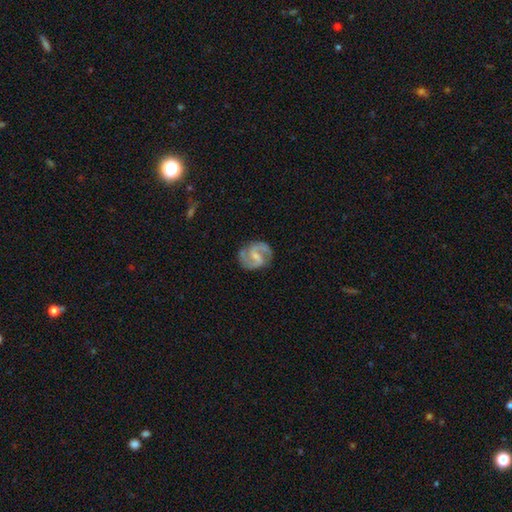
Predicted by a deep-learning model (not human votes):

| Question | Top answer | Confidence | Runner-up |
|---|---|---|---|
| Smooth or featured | featured or disk | 87% | smooth (9%) |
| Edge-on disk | no | 98% | yes (2%) |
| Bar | weak | 55% | no (23%) |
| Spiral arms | yes | 97% | no (3%) |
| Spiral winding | medium | 59% | loose (20%) |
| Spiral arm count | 2 | 91% | can't tell (3%) |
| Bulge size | small | 42% | none (29%) |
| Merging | none | 79% | minor disturbance (14%) |